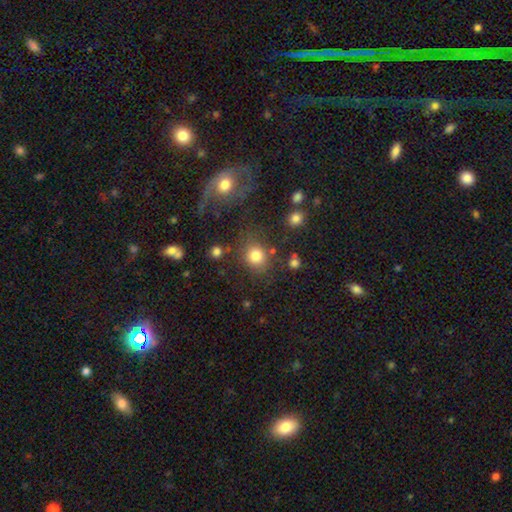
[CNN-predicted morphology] smooth_or_featured: smooth (p=0.80) [alt: star or artifact p=0.13]
how_rounded: round (p=0.77) [alt: in between p=0.21]
merging: none (p=0.73) [alt: minor disturbance p=0.13]